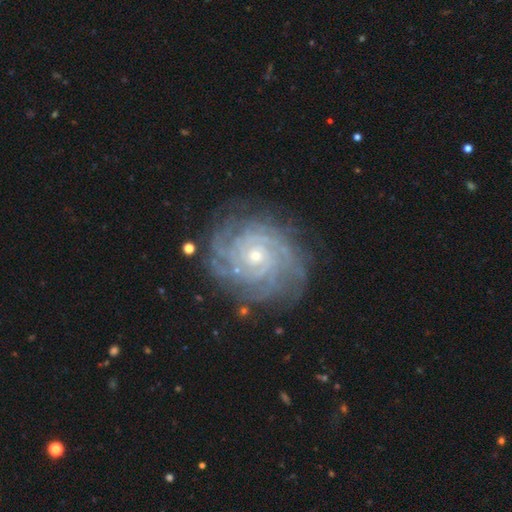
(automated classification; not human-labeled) A featured or disk galaxy (90%) with no bar (76%), more than 4 (25%) tight (83%) spiral arms (98%) and a small central bulge (68%).

Vote fractions:
- Smooth or featured? featured or disk: 90% / star or artifact: 6% / smooth: 4%
- Edge-on disk? no: 97% / yes: 3%
- Bar? no: 76% / weak: 18% / strong: 6%
- Spiral arms? yes: 98% / no: 2%
- Spiral winding? tight: 83% / medium: 15% / loose: 2%
- Spiral arm count? more than 4: 25% / can't tell: 23% / 4: 22% / 3: 13% / 2: 10% / 1: 8%
- Bulge size? small: 68% / moderate: 29% / large: 1% / none: 1% / dominant: 1%
- Merging? none: 81% / minor disturbance: 13% / major disturbance: 5% / merger: 1%